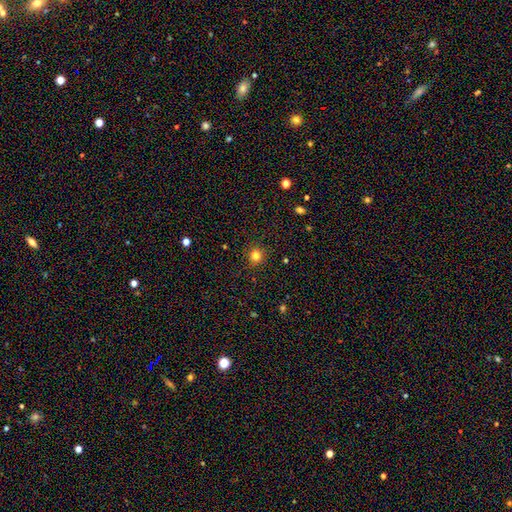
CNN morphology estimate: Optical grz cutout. It shows a smooth galaxy with no disk features (80%) that is round (90%). Merging: none (90%).